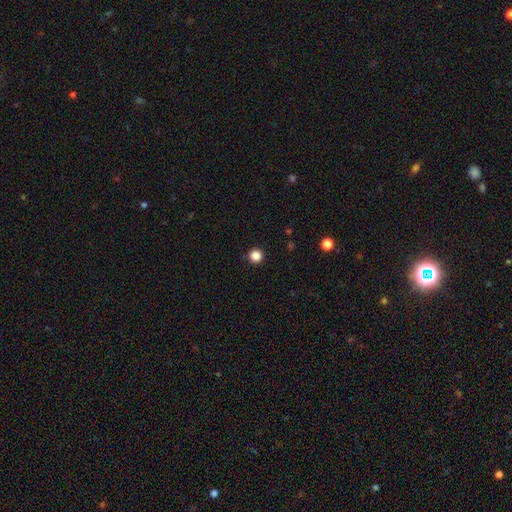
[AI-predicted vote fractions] smooth-or-featured: smooth: 85% | star or artifact: 12% | featured or disk: 3%
  how-rounded: round: 96% | in between: 3% | cigar-shaped: 1%
  merging: none: 93% | minor disturbance: 4% | major disturbance: 2% | merger: 1%